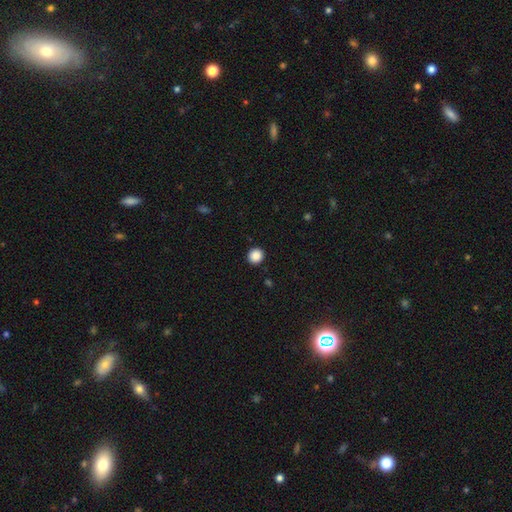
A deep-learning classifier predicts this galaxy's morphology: Smooth or featured? Predicted: smooth (p=0.88). How rounded? Predicted: round (p=0.89). Merging? Predicted: none (p=0.92).